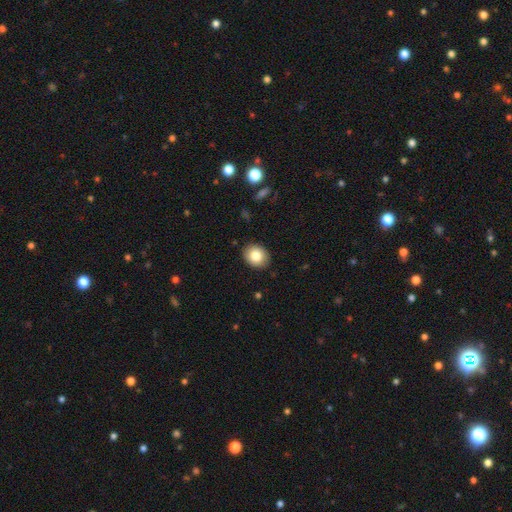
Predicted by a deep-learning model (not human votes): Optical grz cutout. It shows a smooth galaxy with no disk features (83%) that is round (53%). Merging: none (89%).